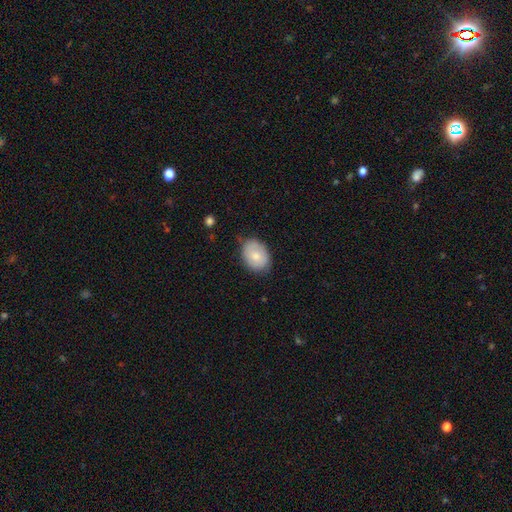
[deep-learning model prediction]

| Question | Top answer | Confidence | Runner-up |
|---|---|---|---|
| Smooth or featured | smooth | 77% | featured or disk (16%) |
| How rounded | in between | 70% | round (29%) |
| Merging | none | 70% | minor disturbance (24%) |